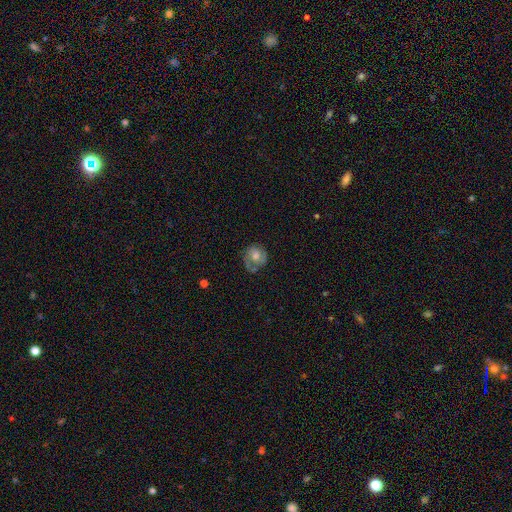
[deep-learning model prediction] The model was most divided on "smooth or featured": featured or disk: 56%, smooth: 35%, star or artifact: 9%. More confident: edge-on disk — no (97%); spiral arms — yes (76%); bar — no (73%); merging — none (63%); bulge size — moderate (58%).